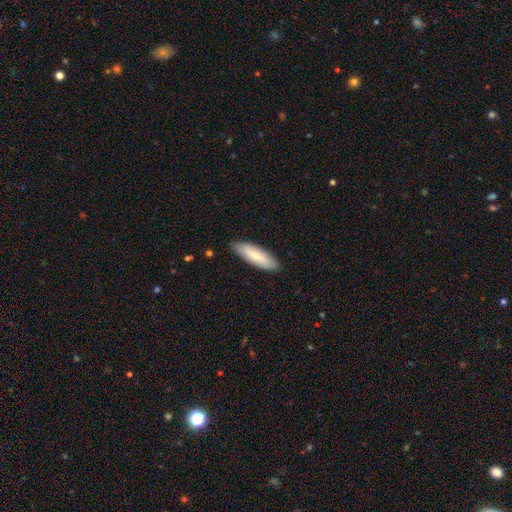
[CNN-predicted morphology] Smooth or featured? smooth (68%)
How rounded? in between (53%)
Merging? none (87%)